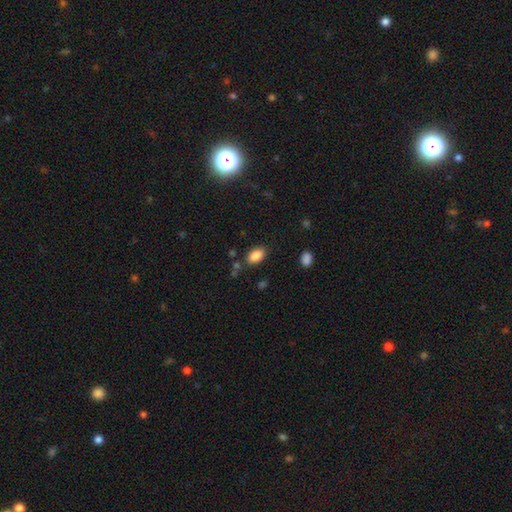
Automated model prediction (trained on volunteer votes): smooth_or_featured: smooth (p=0.87) [alt: star or artifact p=0.08]
how_rounded: in between (p=0.91) [alt: round p=0.07]
merging: none (p=0.80) [alt: minor disturbance p=0.12]